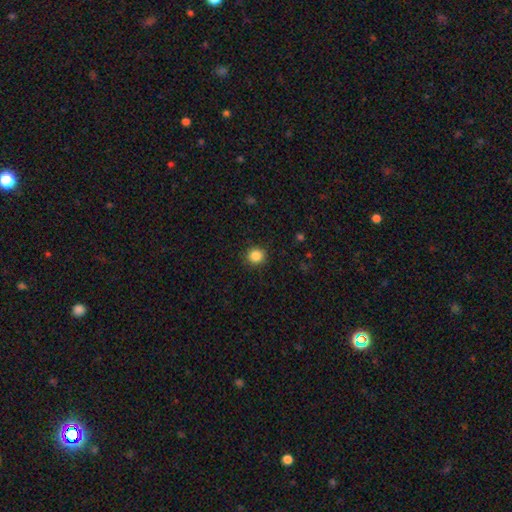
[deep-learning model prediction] Smooth or featured: smooth — 86% (star or artifact — 11%)
How rounded: round — 92% (in between — 7%)
Merging: none — 91% (minor disturbance — 6%)